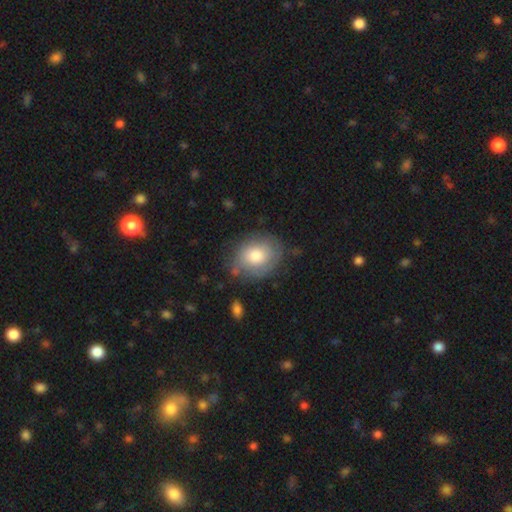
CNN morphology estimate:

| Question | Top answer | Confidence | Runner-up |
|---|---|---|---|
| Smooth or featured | smooth | 65% | featured or disk (28%) |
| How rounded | round | 50% | in between (49%) |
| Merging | none | 68% | minor disturbance (22%) |